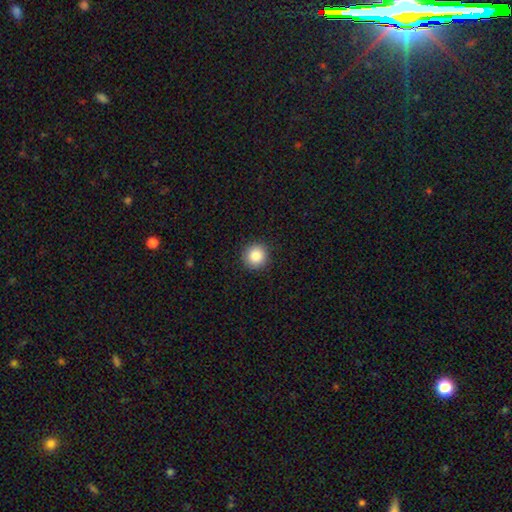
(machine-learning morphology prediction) Smooth or featured? smooth (87%)
How rounded? round (95%)
Merging? none (91%)